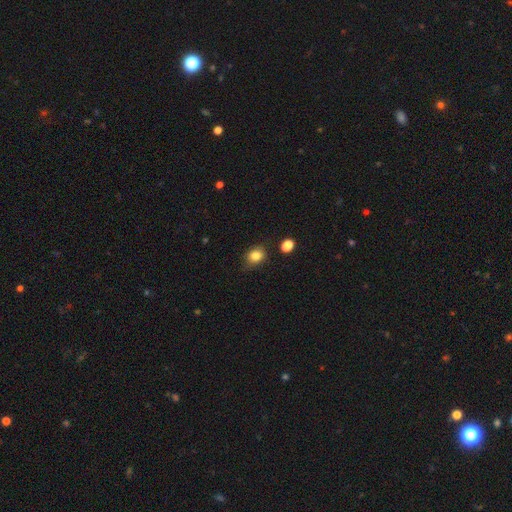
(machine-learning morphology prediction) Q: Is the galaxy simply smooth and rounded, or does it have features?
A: smooth — 83%.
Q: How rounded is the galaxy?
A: round — 52%.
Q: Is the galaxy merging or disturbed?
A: none — 74%.